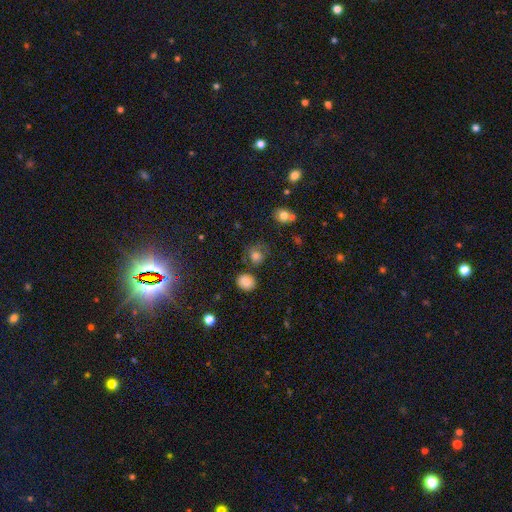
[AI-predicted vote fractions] A smooth galaxy with no disk features (75%) that is round (80%).

Vote fractions:
- Smooth or featured? smooth: 75% / star or artifact: 15% / featured or disk: 10%
- How rounded? round: 80% / in between: 19% / cigar-shaped: 1%
- Merging? none: 65% / minor disturbance: 18% / major disturbance: 9% / merger: 7%